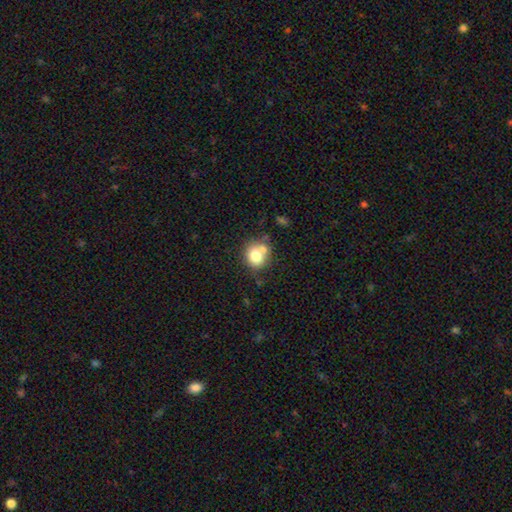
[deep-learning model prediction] Morphology: type=smooth (75%); roundness=round (74%); merging=none (52%).